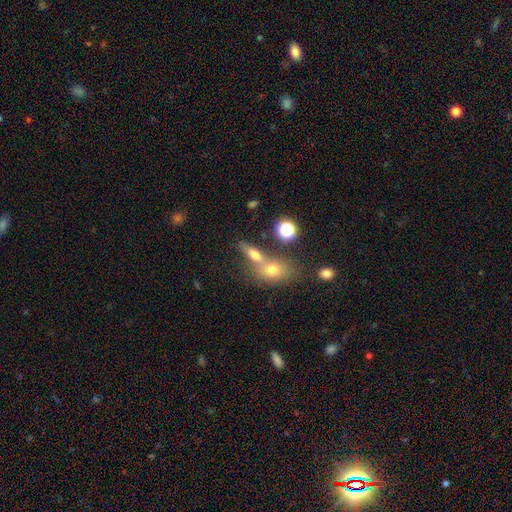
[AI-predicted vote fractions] Q: Smooth or featured?
A: smooth (60%); runner-up: featured or disk (25%)
Q: How rounded?
A: in between (60%); runner-up: round (20%)
Q: Merging?
A: merger (46%); runner-up: none (40%)